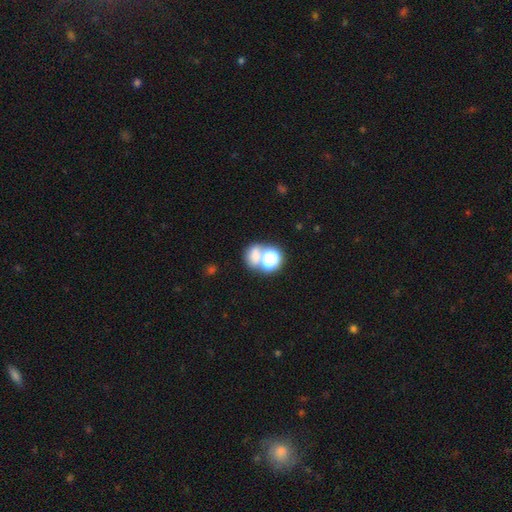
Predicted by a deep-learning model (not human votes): Overall: smooth (61%; star or artifact 27%). How rounded: round (60%; in between 39%). Merging: none (43%; merger 41%).